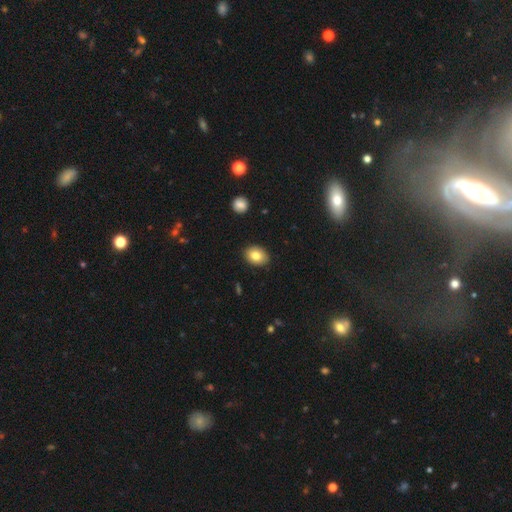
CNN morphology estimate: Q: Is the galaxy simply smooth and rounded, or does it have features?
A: smooth — 82%.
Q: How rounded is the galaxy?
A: in between — 62%.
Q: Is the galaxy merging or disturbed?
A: none — 89%.